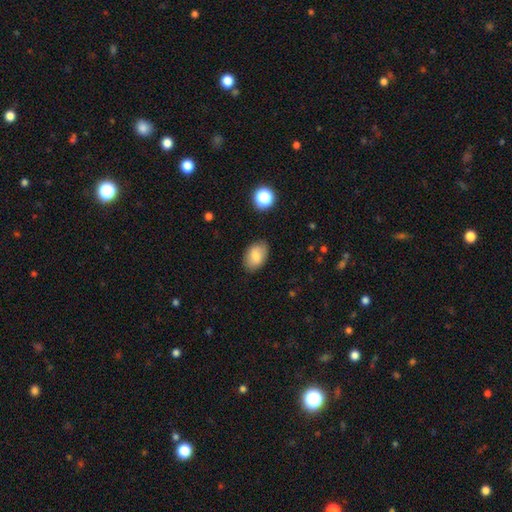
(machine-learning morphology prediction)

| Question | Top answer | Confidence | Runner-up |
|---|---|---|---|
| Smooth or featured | smooth | 79% | featured or disk (13%) |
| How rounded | in between | 86% | round (13%) |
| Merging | none | 82% | minor disturbance (13%) |